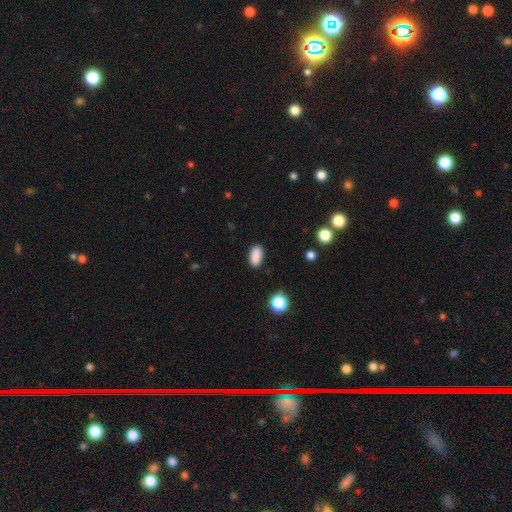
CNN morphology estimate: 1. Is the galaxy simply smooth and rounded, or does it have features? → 88% smooth, 8% star or artifact, 3% featured or disk.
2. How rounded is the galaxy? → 92% in between, 5% round, 4% cigar-shaped.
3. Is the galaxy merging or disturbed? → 87% none, 9% minor disturbance, 2% major disturbance, 1% merger.